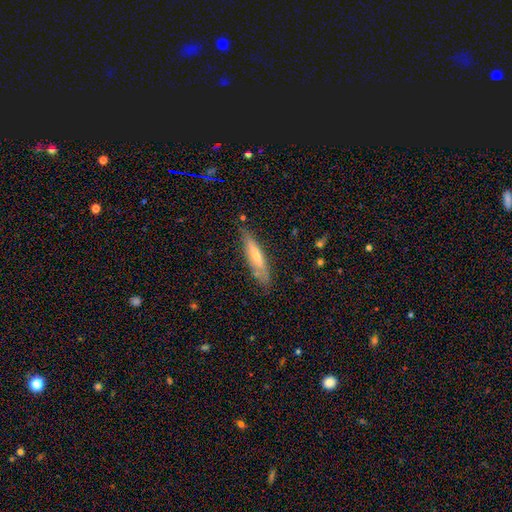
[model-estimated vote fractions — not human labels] A smooth galaxy with no disk features (49%).

Vote fractions:
- Smooth or featured? smooth: 49% / featured or disk: 45% / star or artifact: 7%
- Merging? none: 80% / minor disturbance: 15% / major disturbance: 3% / merger: 2%